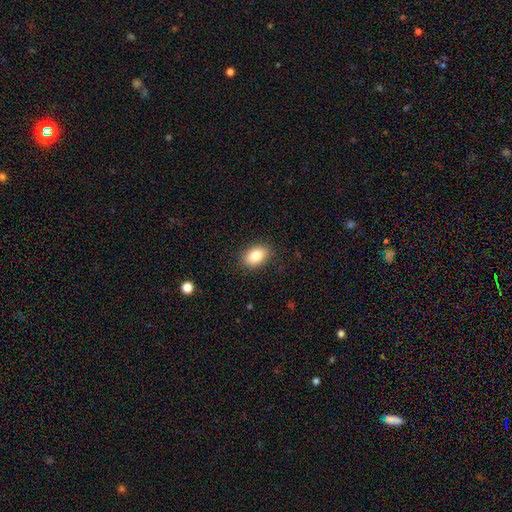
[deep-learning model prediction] Smooth or featured: smooth — 85% (star or artifact — 8%)
How rounded: in between — 84% (round — 15%)
Merging: none — 87% (minor disturbance — 9%)